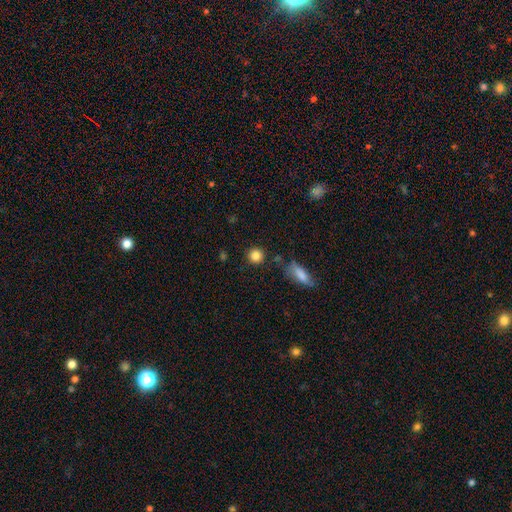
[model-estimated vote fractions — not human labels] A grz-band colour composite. It shows a smooth galaxy with no disk features (85%) that is round (90%). Merging: none (84%).